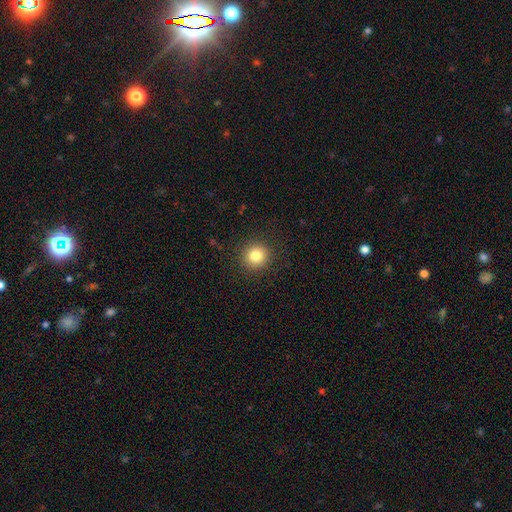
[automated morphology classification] Smooth or featured: smooth — 83% (star or artifact — 11%)
How rounded: round — 92% (in between — 7%)
Merging: none — 91% (minor disturbance — 6%)